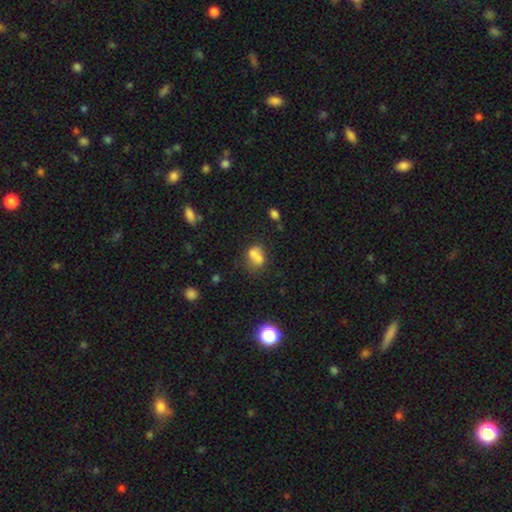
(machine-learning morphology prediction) smooth 67%, featured or disk 20%, star or artifact 13%. Down the decision tree: how rounded — round (54%); merging — merger (62%).